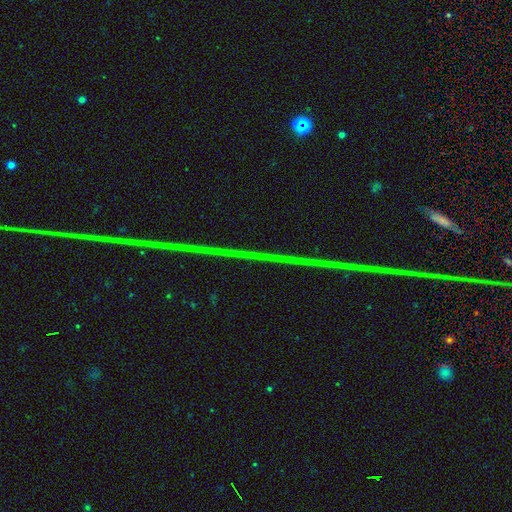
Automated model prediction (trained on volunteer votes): star or artifact 83%, featured or disk 12%, smooth 5%.